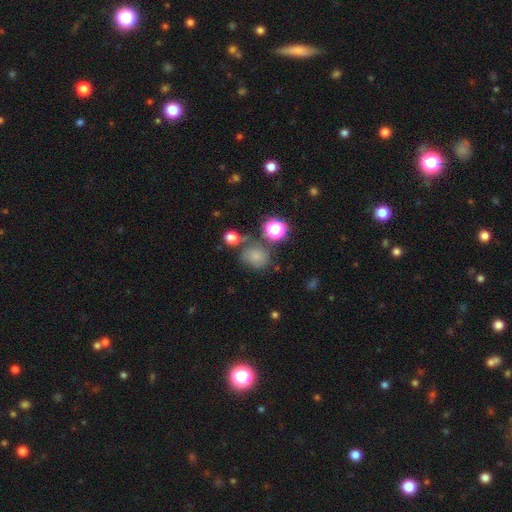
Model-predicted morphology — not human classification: smooth-or-featured: smooth: 69% | star or artifact: 20% | featured or disk: 12%
  how-rounded: round: 71% | in between: 28% | cigar-shaped: 1%
  merging: none: 57% | minor disturbance: 19% | merger: 15% | major disturbance: 9%